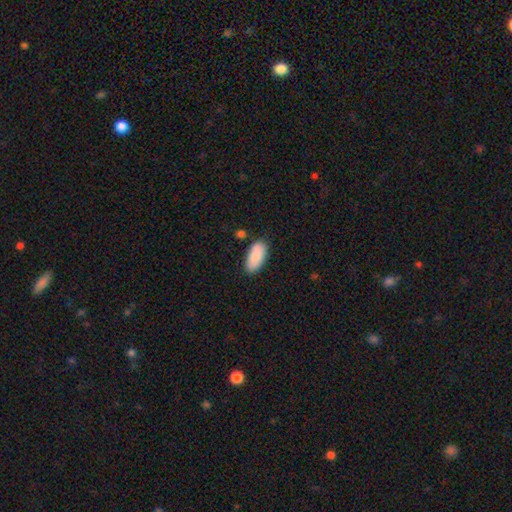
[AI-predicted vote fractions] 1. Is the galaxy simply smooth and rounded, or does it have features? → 86% smooth, 8% featured or disk, 6% star or artifact.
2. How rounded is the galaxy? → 92% in between, 6% cigar-shaped, 2% round.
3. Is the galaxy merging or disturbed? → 80% none, 14% minor disturbance, 4% merger, 3% major disturbance.